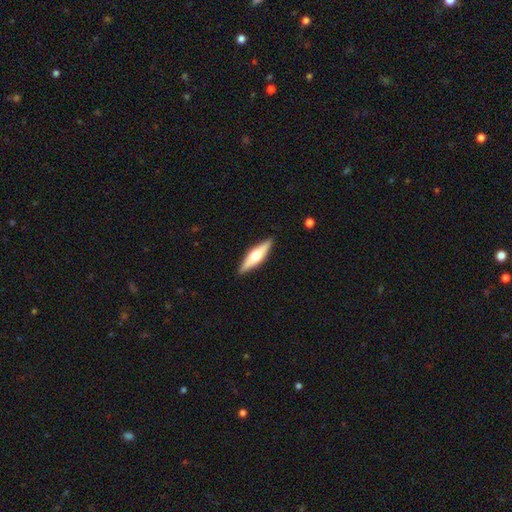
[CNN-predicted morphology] This is possibly a featured or disk galaxy (56%). It is clearly viewed edge-on (95%). Edge-on bulge: clearly rounded (90%). Merging: clearly none (89%).